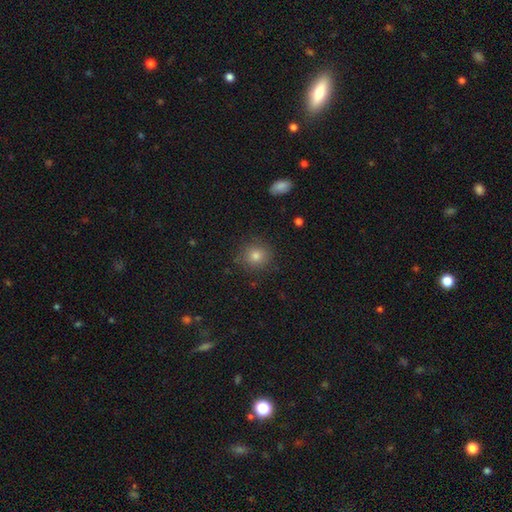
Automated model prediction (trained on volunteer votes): Smooth or featured? Predicted: smooth (p=0.75). How rounded? Predicted: round (p=0.89). Merging? Predicted: none (p=0.86).